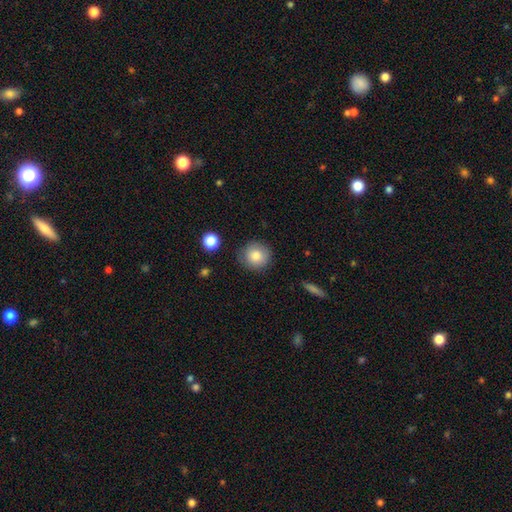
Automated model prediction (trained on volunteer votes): Overall: smooth (82%). How rounded: round (91%). Merging: none (83%).